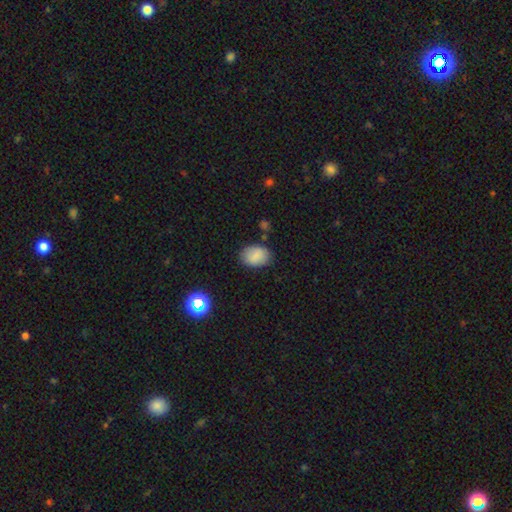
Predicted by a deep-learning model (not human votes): A smooth galaxy with no disk features (84%) that is in between round and cigar-shaped (76%).

Vote fractions:
- Smooth or featured? smooth: 84% / star or artifact: 9% / featured or disk: 7%
- How rounded? in between: 76% / round: 23% / cigar-shaped: 1%
- Merging? none: 79% / minor disturbance: 15% / major disturbance: 4% / merger: 2%